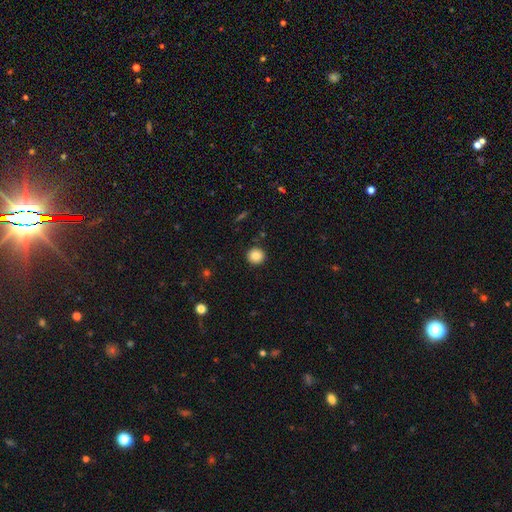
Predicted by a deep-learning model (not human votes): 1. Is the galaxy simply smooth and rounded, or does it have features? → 85% smooth, 10% star or artifact, 5% featured or disk.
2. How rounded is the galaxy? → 94% round, 5% in between, 1% cigar-shaped.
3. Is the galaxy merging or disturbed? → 91% none, 5% minor disturbance, 2% major disturbance, 1% merger.